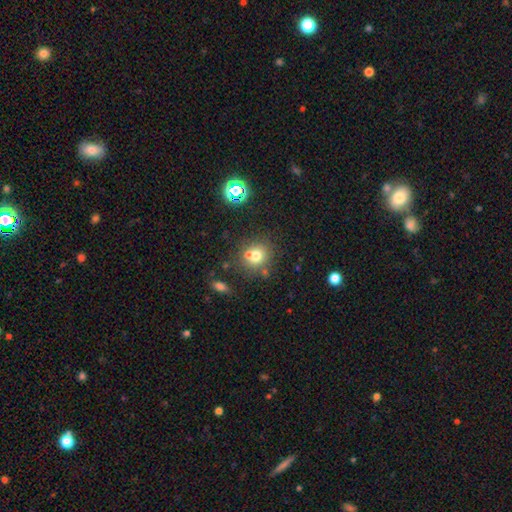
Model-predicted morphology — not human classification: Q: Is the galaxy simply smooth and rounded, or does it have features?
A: smooth — 68%.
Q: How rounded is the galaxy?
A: round — 83%.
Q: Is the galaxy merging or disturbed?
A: none — 55%.